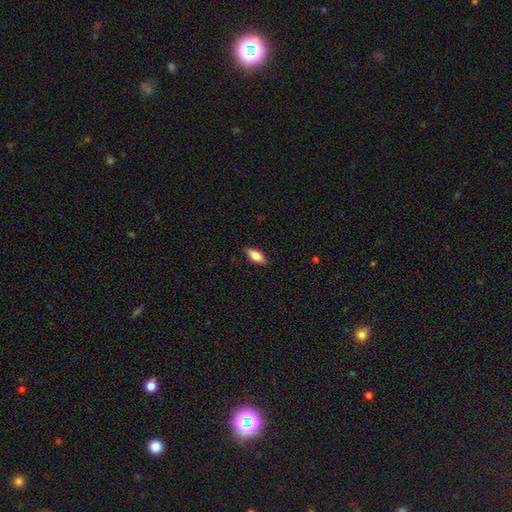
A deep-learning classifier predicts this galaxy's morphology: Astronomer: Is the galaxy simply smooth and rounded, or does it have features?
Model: smooth — 80%.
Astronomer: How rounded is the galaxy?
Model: in between — 84%.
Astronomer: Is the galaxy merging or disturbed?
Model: none — 85%.